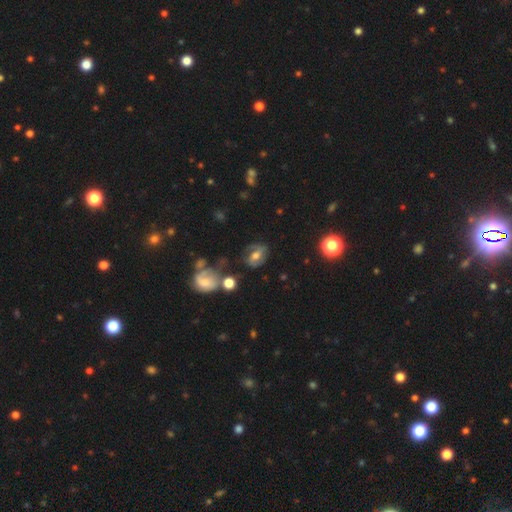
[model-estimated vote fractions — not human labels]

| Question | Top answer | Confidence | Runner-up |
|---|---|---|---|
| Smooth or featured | featured or disk | 53% | smooth (36%) |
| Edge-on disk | no | 95% | yes (5%) |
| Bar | weak | 42% | no (37%) |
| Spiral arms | yes | 74% | no (26%) |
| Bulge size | moderate | 67% | small (16%) |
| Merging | none | 58% | minor disturbance (21%) |